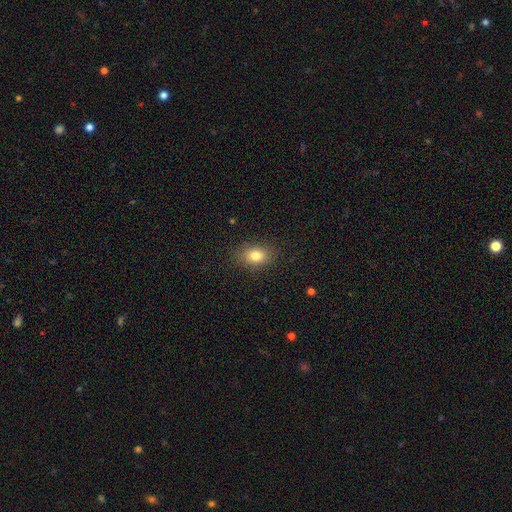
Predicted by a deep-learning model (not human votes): The model was most divided on "how rounded": in between: 75%, round: 24%, cigar-shaped: 2%. More confident: merging — none (86%); smooth or featured — smooth (81%).